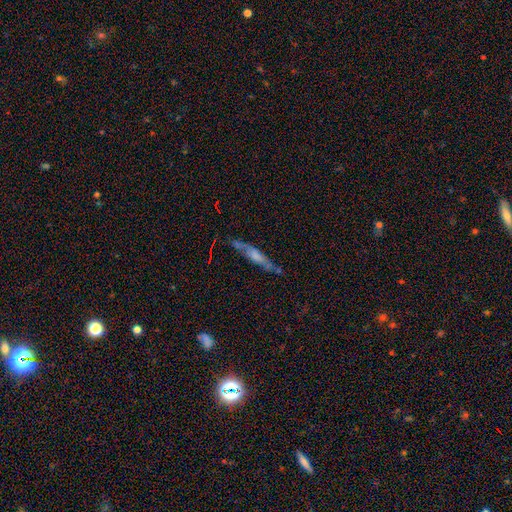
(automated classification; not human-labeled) smooth 47%, featured or disk 44%, star or artifact 9%. Down the decision tree: merging — none (57%).